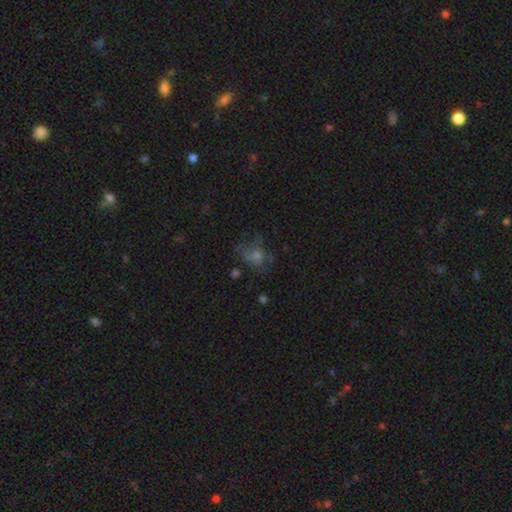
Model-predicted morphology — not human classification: Smooth or featured?
  - smooth: 45% *
  - star or artifact: 27%
  - featured or disk: 27%
Merging?
  - none: 47% *
  - major disturbance: 28%
  - minor disturbance: 22%
  - merger: 4%